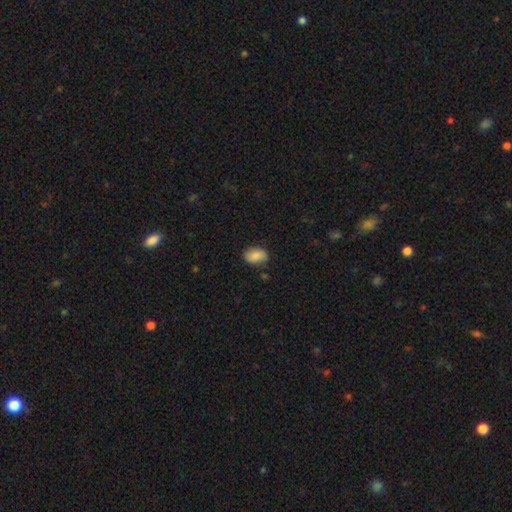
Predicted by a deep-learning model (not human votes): This is likely a smooth galaxy (80%). How rounded: clearly in between (86%). Merging: clearly none (81%).